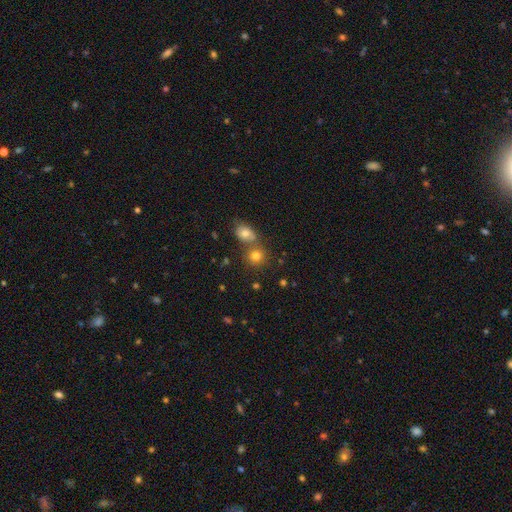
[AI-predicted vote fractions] smooth_or_featured: smooth (p=0.73) [alt: star or artifact p=0.16]
how_rounded: round (p=0.79) [alt: in between p=0.20]
merging: none (p=0.56) [alt: merger p=0.33]